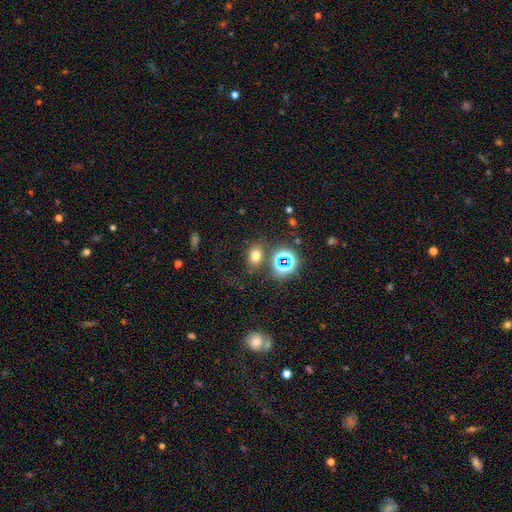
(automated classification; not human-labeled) Smooth or featured? smooth (66%)
How rounded? in between (60%)
Merging? none (71%)